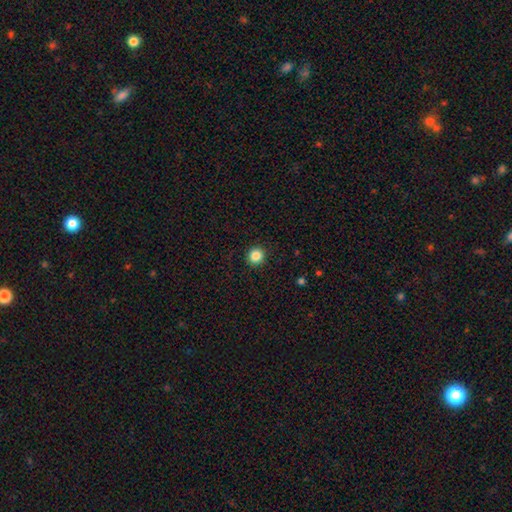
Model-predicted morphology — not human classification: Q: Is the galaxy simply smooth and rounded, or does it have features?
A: smooth — 86%.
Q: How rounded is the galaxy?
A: round — 92%.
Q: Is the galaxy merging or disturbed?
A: none — 92%.